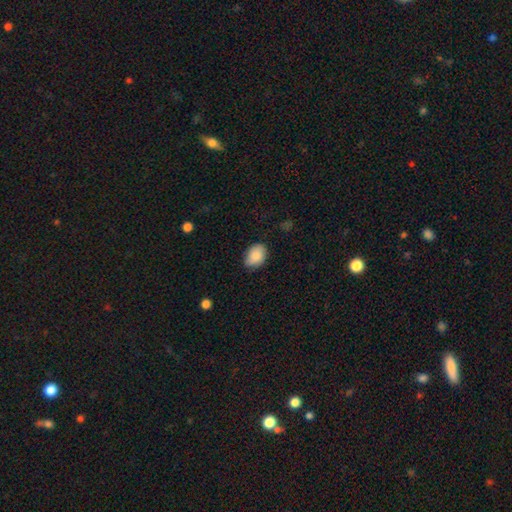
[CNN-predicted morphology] Overall: smooth (87%). How rounded: in between (77%). Merging: none (73%).